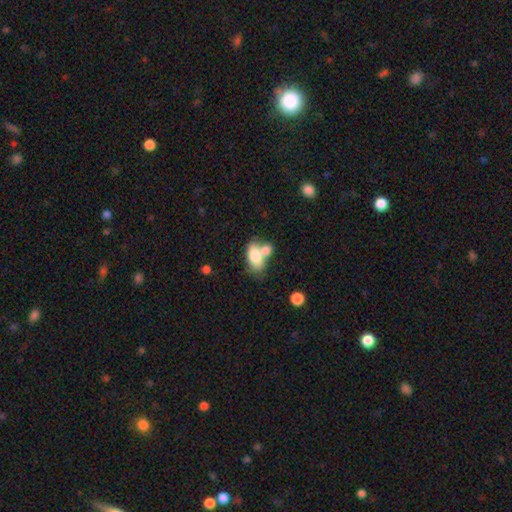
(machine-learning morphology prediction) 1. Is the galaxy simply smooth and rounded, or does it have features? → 75% smooth, 18% featured or disk, 7% star or artifact.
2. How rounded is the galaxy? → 89% in between, 7% round, 4% cigar-shaped.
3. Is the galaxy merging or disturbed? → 55% merger, 28% none, 11% minor disturbance, 6% major disturbance.